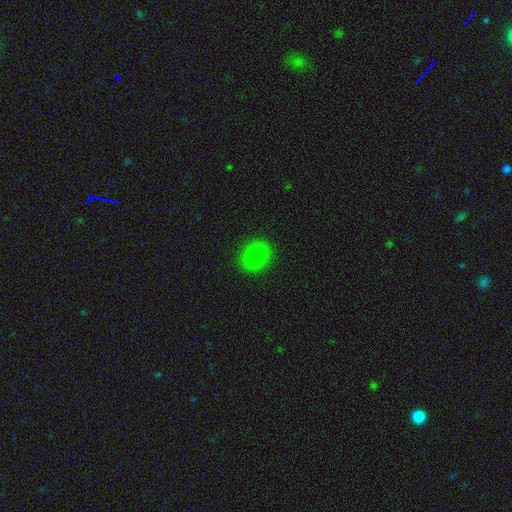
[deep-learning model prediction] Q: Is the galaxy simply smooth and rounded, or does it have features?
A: smooth — 78%.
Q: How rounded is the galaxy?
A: round — 65%.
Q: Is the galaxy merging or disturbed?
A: none — 89%.